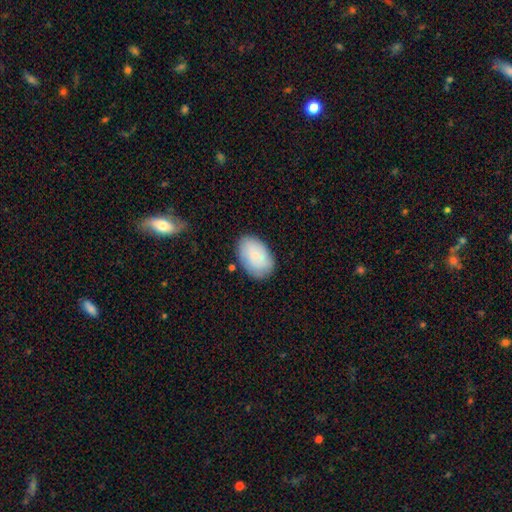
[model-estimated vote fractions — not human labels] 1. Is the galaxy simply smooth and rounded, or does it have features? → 73% smooth, 20% featured or disk, 7% star or artifact.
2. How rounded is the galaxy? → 89% in between, 9% round, 1% cigar-shaped.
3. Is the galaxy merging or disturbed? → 79% none, 15% minor disturbance, 3% major disturbance, 2% merger.